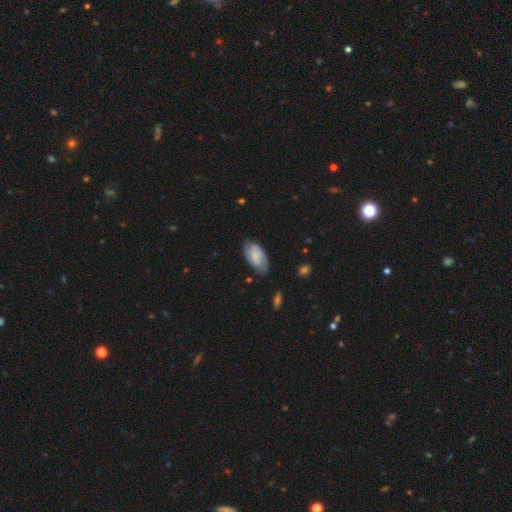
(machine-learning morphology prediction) Smooth or featured: smooth — 50% (featured or disk — 44%)
Merging: none — 72% (minor disturbance — 21%)